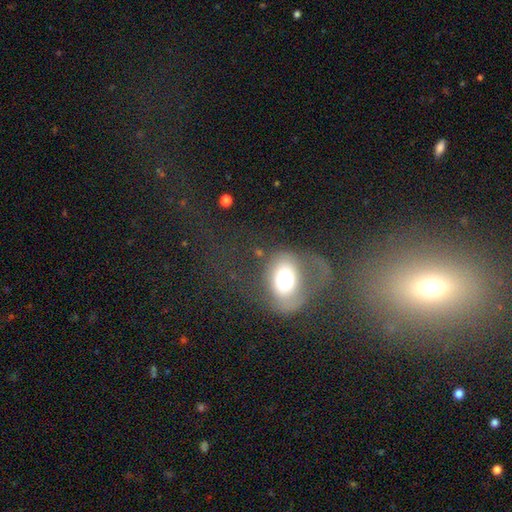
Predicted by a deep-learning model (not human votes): A smooth galaxy with no disk features (43%, tied with featured or disk).

Vote fractions:
- Smooth or featured? smooth: 43% (tied) / featured or disk: 43% (tied) / star or artifact: 15%
- Merging? major disturbance: 35% / none: 29% / merger: 21% / minor disturbance: 15%